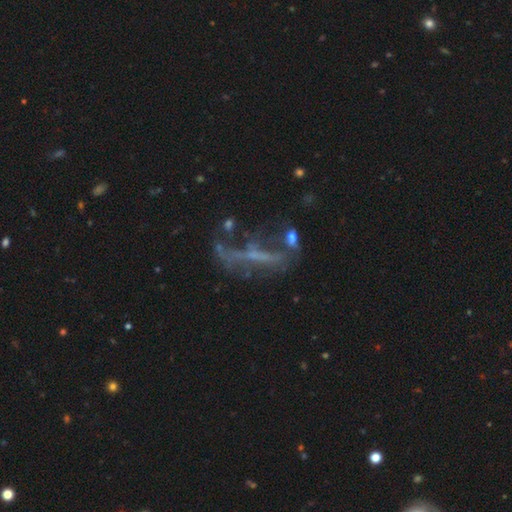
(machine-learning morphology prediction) The model was most divided on "merging": none: 37%, major disturbance: 32%, minor disturbance: 18%, merger: 13%. More confident: edge-on disk — no (68%); smooth or featured — featured or disk (59%).